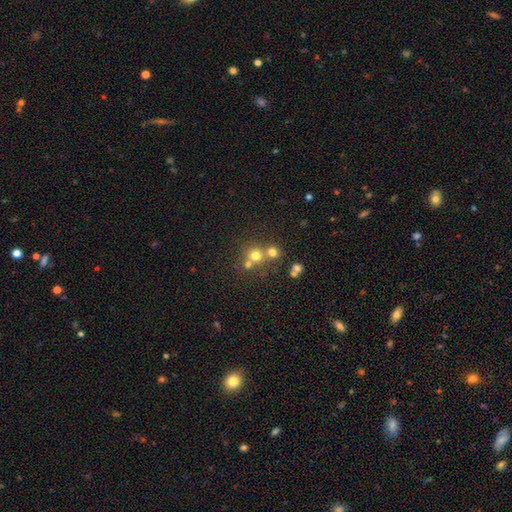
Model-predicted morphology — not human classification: The model was most divided on "merging": none: 50%, merger: 40%, minor disturbance: 7%, major disturbance: 3%. More confident: how rounded — round (88%); smooth or featured — smooth (68%).